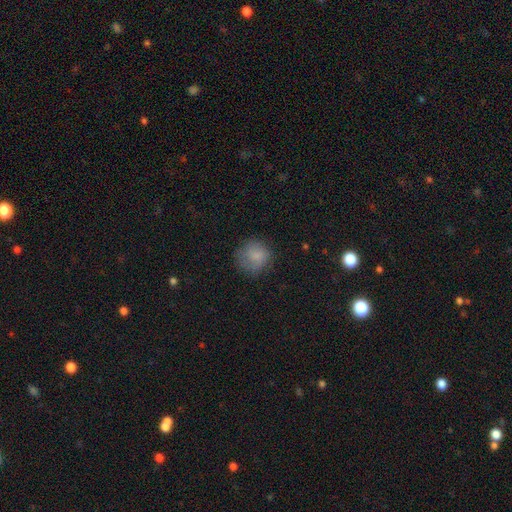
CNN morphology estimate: Smooth or featured? Predicted: smooth (p=0.79). How rounded? Predicted: round (p=0.86). Merging? Predicted: none (p=0.68).